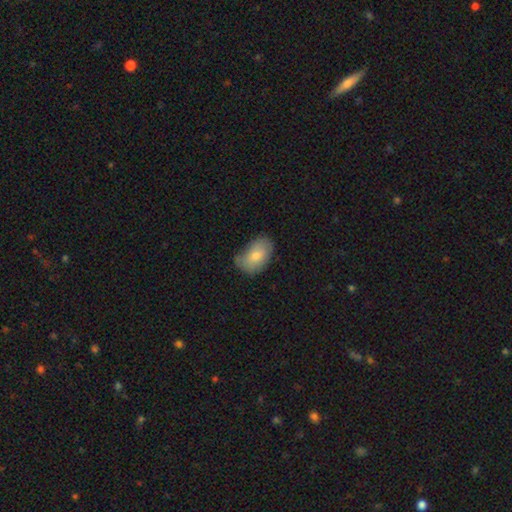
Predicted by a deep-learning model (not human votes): This appears to be a smooth galaxy with no disk features (76%) that is in between round and cigar-shaped (88%). Merging: none (61%).